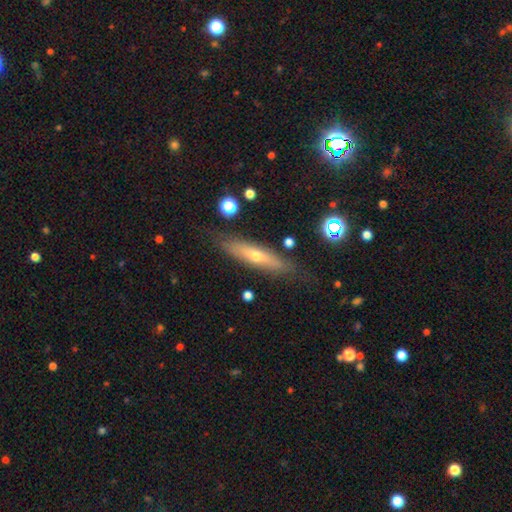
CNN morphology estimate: smooth-or-featured: featured or disk: 50% | smooth: 42% | star or artifact: 9%
  merging: none: 84% | minor disturbance: 12% | major disturbance: 3% | merger: 2%